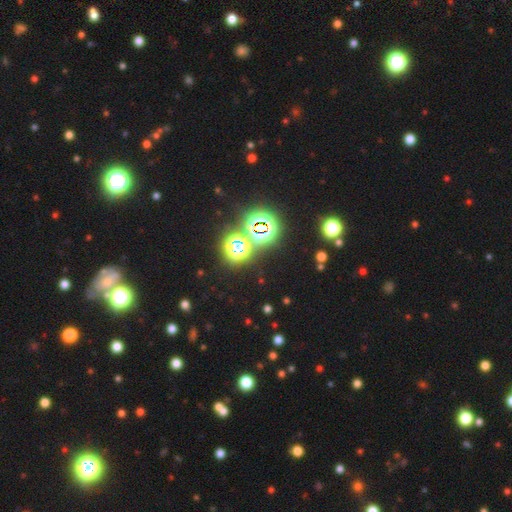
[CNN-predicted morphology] A star or artifact, not a galaxy (77%).

Vote fractions:
- Smooth or featured? star or artifact: 77% / smooth: 16% / featured or disk: 6%